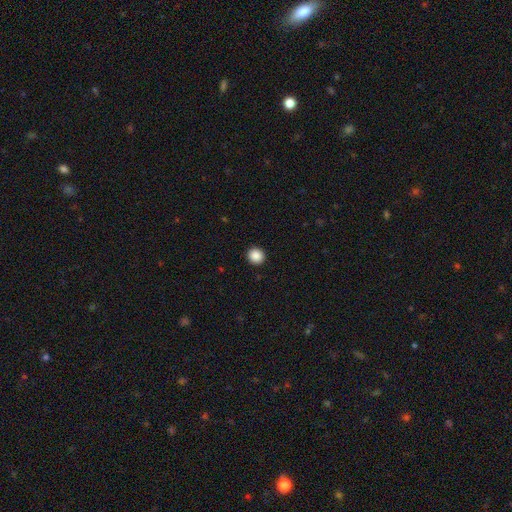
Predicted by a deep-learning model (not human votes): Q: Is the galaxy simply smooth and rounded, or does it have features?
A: smooth — 88%.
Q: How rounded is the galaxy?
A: round — 93%.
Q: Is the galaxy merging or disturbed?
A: none — 93%.